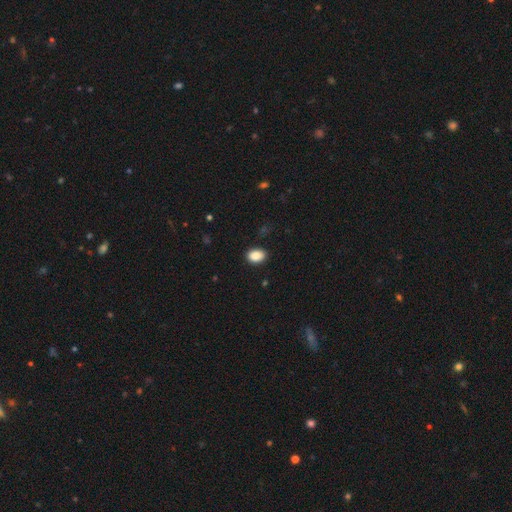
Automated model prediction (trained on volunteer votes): Q: Smooth or featured?
A: smooth (88%); runner-up: star or artifact (8%)
Q: How rounded?
A: in between (77%); runner-up: round (21%)
Q: Merging?
A: none (87%); runner-up: minor disturbance (10%)